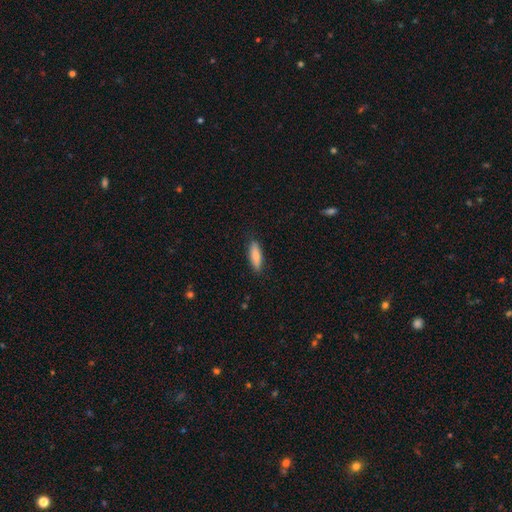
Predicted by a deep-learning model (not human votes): The model was most divided on "how rounded": cigar-shaped: 51%, in between: 47%, round: 2%. More confident: merging — none (87%); smooth or featured — smooth (78%).